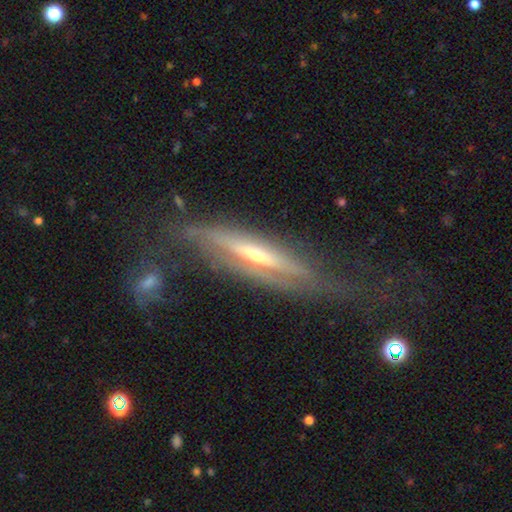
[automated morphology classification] A featured or disk galaxy (77%) viewed edge-on (84%) with a rounded central bulge (71%). Merging: none (54%).